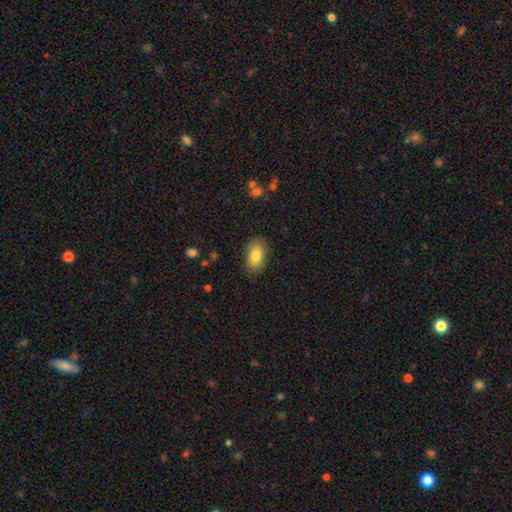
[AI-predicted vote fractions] Smooth or featured?
  - smooth: 80% *
  - featured or disk: 12%
  - star or artifact: 7%
How rounded?
  - in between: 91% *
  - round: 6%
  - cigar-shaped: 2%
Merging?
  - none: 85% *
  - minor disturbance: 12%
  - major disturbance: 3%
  - merger: 1%